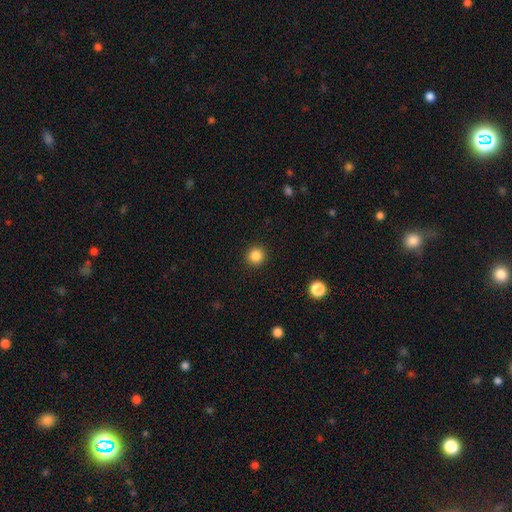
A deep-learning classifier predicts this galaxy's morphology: Smooth or featured: smooth — 86% (star or artifact — 11%)
How rounded: round — 94% (in between — 5%)
Merging: none — 92% (minor disturbance — 5%)